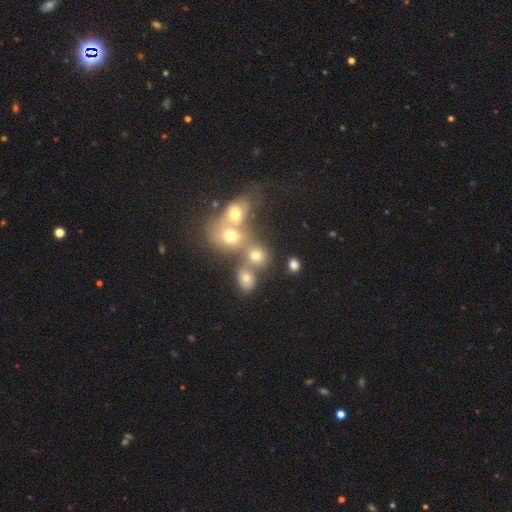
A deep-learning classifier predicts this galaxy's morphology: Q: Smooth or featured?
A: smooth (68%); runner-up: star or artifact (18%)
Q: How rounded?
A: round (74%); runner-up: in between (25%)
Q: Merging?
A: merger (43%); tied with: none (43%)